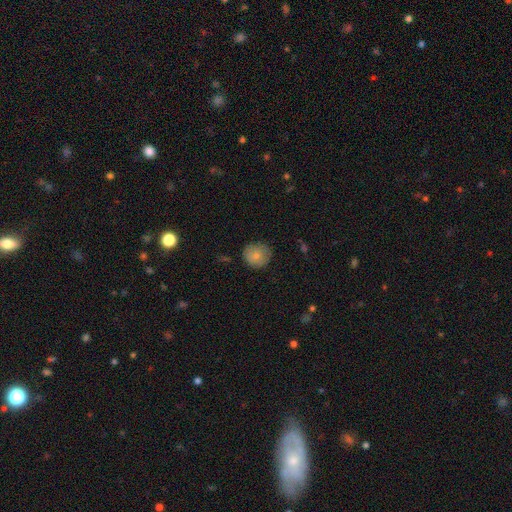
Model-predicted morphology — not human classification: Smooth or featured? Predicted: smooth (p=0.81). How rounded? Predicted: round (p=0.90). Merging? Predicted: none (p=0.81).